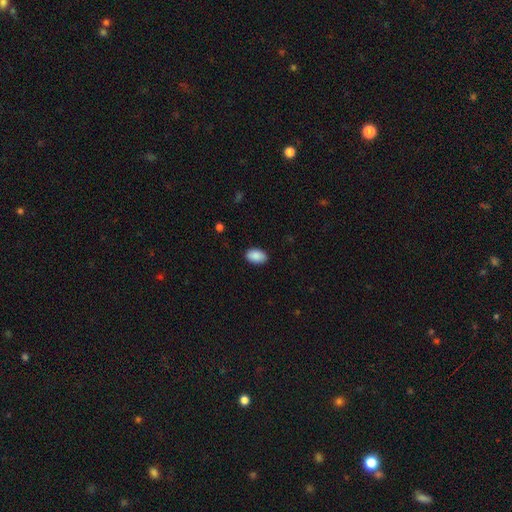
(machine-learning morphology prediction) Smooth or featured: smooth — 90% (star or artifact — 6%)
How rounded: in between — 92% (round — 7%)
Merging: none — 89% (minor disturbance — 9%)